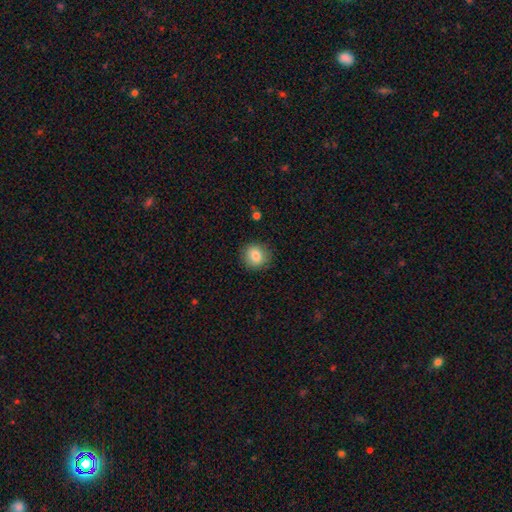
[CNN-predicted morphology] smooth_or_featured: smooth (p=0.83) [alt: star or artifact p=0.09]
how_rounded: round (p=0.86) [alt: in between p=0.13]
merging: none (p=0.87) [alt: minor disturbance p=0.09]